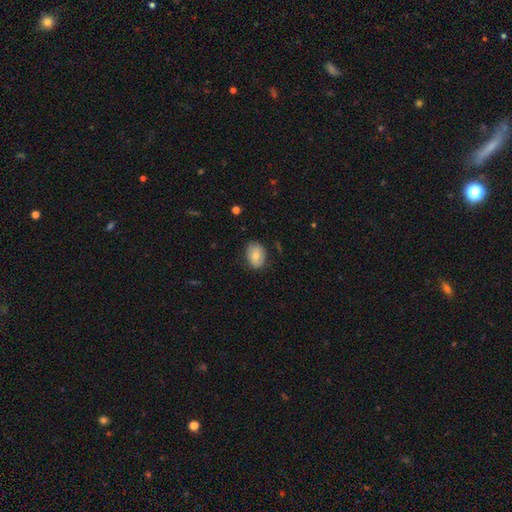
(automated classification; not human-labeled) Smooth or featured?
  - smooth: 74% *
  - featured or disk: 18%
  - star or artifact: 8%
How rounded?
  - in between: 72% *
  - round: 27%
  - cigar-shaped: 1%
Merging?
  - none: 78% *
  - minor disturbance: 17%
  - major disturbance: 3%
  - merger: 1%